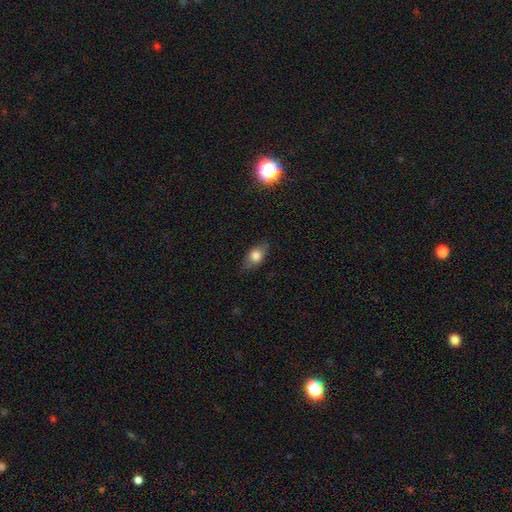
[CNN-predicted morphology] type=smooth (72%); roundness=in between (80%); merging=none (79%).